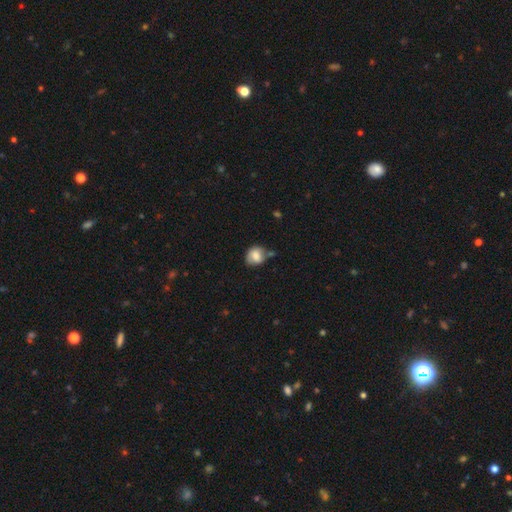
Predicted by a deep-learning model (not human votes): Smooth or featured: smooth — 73% (featured or disk — 18%)
How rounded: round — 67% (in between — 32%)
Merging: none — 51% (minor disturbance — 28%)